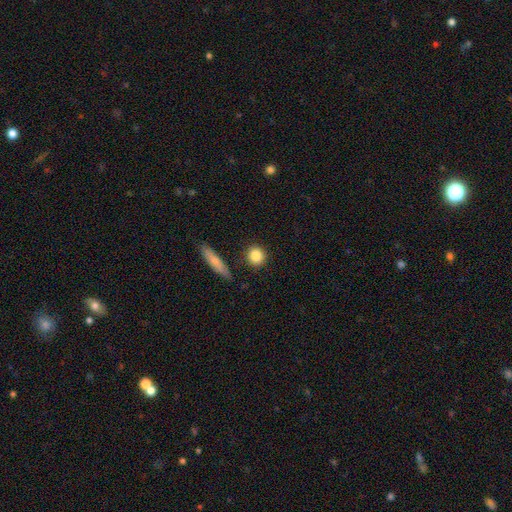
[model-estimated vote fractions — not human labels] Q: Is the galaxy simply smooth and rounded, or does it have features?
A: smooth — 84%.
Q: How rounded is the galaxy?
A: round — 84%.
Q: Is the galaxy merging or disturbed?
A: none — 86%.